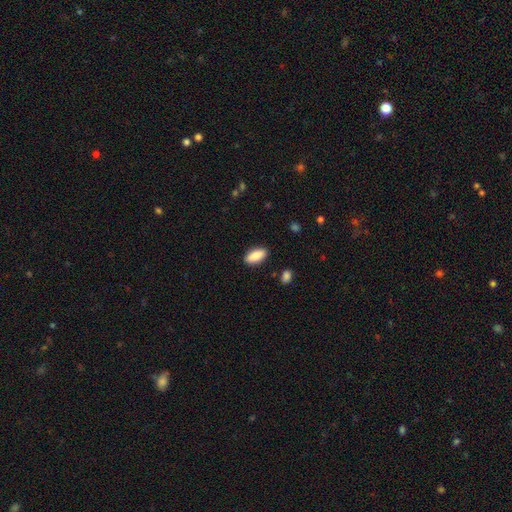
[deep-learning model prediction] The model was most divided on "how rounded": in between: 86%, cigar-shaped: 12%, round: 2%. More confident: merging — none (88%); smooth or featured — smooth (86%).